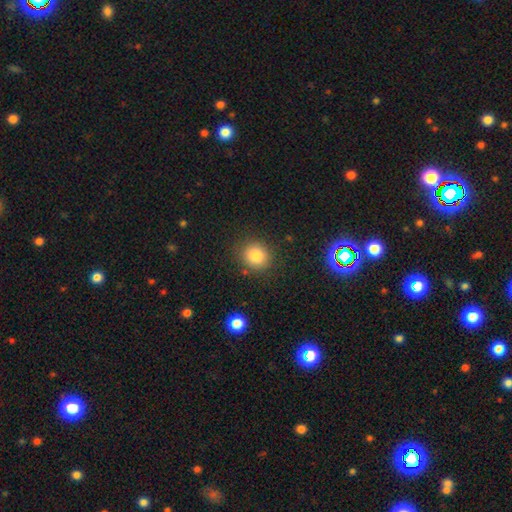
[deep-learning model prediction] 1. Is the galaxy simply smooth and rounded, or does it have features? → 82% smooth, 11% star or artifact, 7% featured or disk.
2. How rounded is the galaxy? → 83% round, 16% in between, 1% cigar-shaped.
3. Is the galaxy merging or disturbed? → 86% none, 9% minor disturbance, 3% major disturbance, 2% merger.